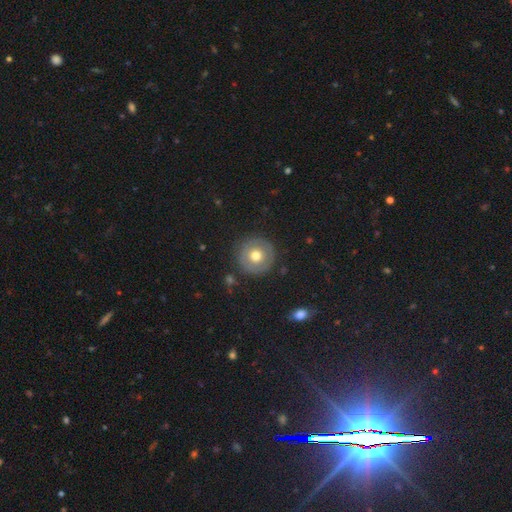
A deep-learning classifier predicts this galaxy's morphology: Smooth or featured?
  - smooth: 62% *
  - featured or disk: 30%
  - star or artifact: 8%
How rounded?
  - round: 96% *
  - in between: 3%
  - cigar-shaped: 1%
Merging?
  - none: 88% *
  - minor disturbance: 8%
  - major disturbance: 3%
  - merger: 1%